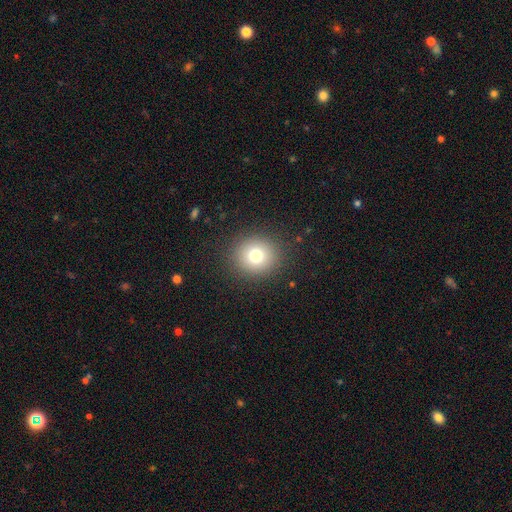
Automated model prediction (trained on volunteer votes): Smooth or featured? smooth (77%)
How rounded? round (87%)
Merging? none (89%)